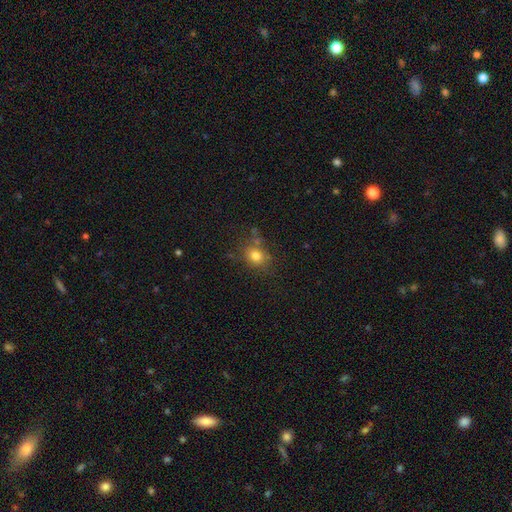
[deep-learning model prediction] This appears to be a smooth galaxy with no disk features (78%) that is round (64%). Merging: none (73%).